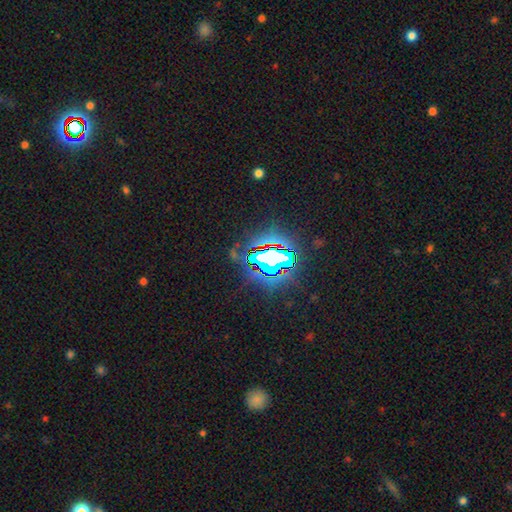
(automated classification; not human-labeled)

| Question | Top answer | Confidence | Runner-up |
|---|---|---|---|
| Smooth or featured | star or artifact | 81% | smooth (10%) |